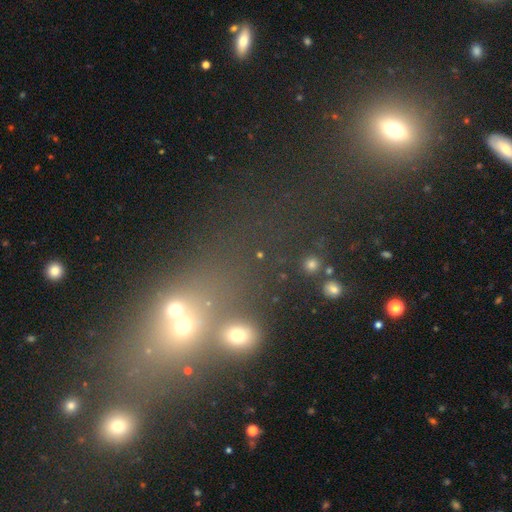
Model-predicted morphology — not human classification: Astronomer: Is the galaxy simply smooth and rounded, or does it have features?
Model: star or artifact — 46% (runner-up: smooth, 37%).